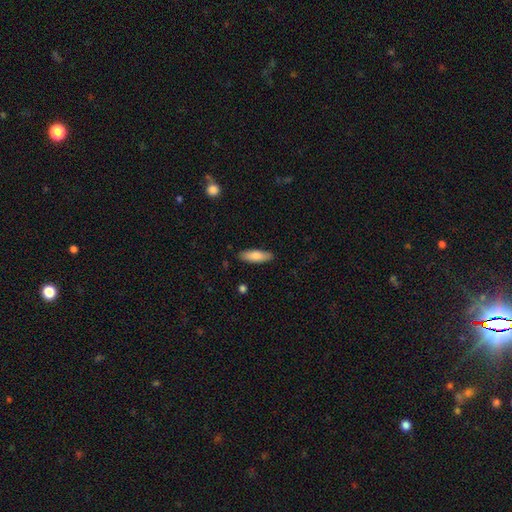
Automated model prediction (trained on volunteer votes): Q: Smooth or featured?
A: smooth (81%); runner-up: featured or disk (14%)
Q: How rounded?
A: in between (54%); runner-up: cigar-shaped (44%)
Q: Merging?
A: none (88%); runner-up: minor disturbance (9%)